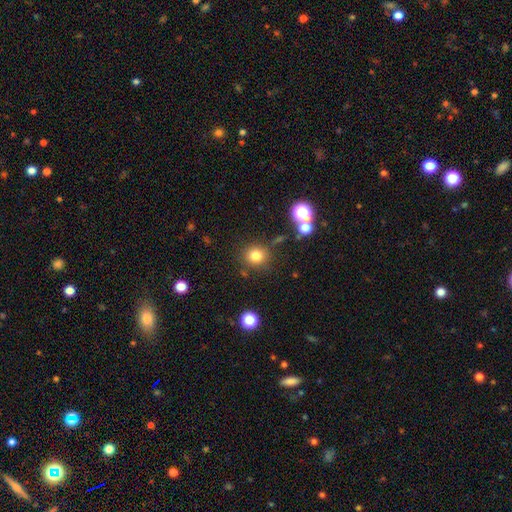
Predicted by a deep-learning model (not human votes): A smooth galaxy with no disk features (78%) that is round (87%).

Vote fractions:
- Smooth or featured? smooth: 78% / star or artifact: 15% / featured or disk: 7%
- How rounded? round: 87% / in between: 12% / cigar-shaped: 1%
- Merging? none: 82% / minor disturbance: 9% / merger: 5% / major disturbance: 4%